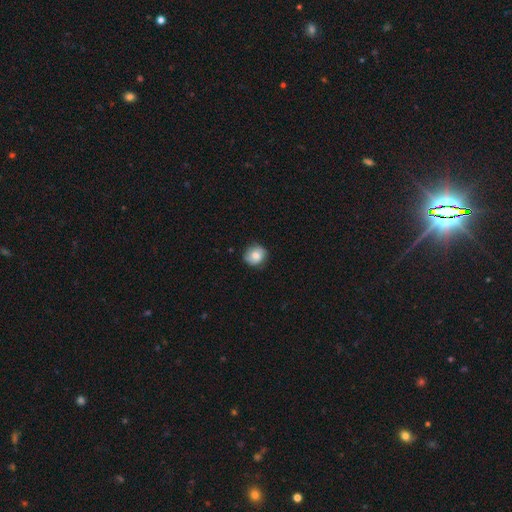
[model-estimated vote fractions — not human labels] Overall: smooth (78%). How rounded: round (82%). Merging: none (79%).